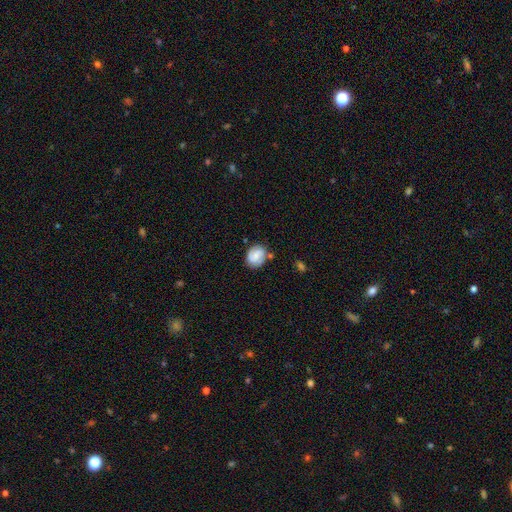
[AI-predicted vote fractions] A smooth galaxy with no disk features (48%).

Vote fractions:
- Smooth or featured? smooth: 48% / featured or disk: 44% / star or artifact: 8%
- Merging? none: 72% / minor disturbance: 17% / merger: 6% / major disturbance: 5%